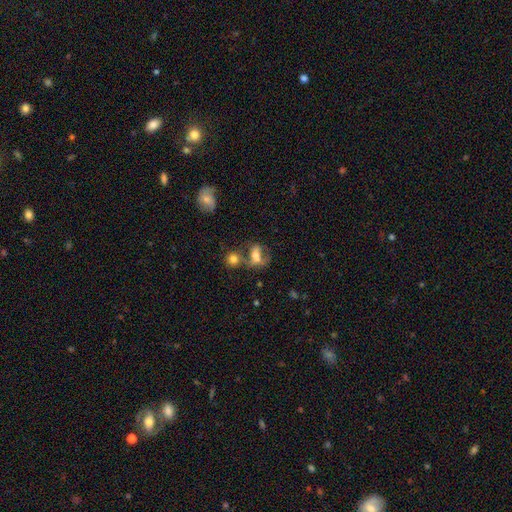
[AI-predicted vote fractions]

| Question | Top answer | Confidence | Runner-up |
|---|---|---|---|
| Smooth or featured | smooth | 49% | featured or disk (38%) |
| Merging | merger | 36% | none (33%) |